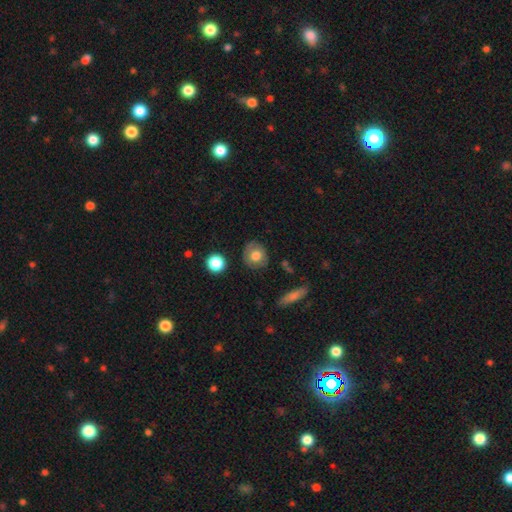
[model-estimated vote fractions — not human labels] Smooth or featured: smooth — 72% (featured or disk — 19%)
How rounded: round — 78% (in between — 21%)
Merging: none — 81% (minor disturbance — 14%)